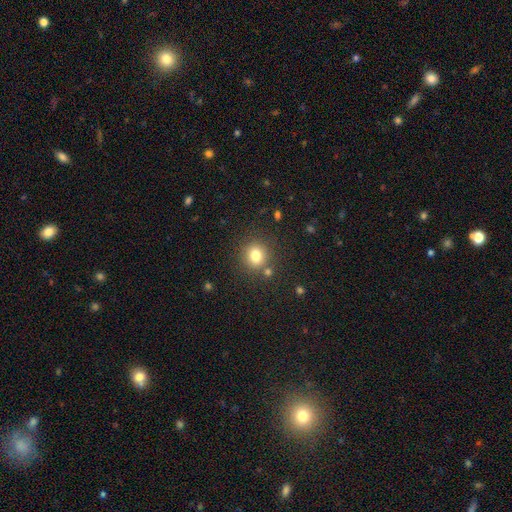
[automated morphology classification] smooth_or_featured: smooth (p=0.79) [alt: star or artifact p=0.13]
how_rounded: round (p=0.84) [alt: in between p=0.15]
merging: none (p=0.80) [alt: minor disturbance p=0.09]